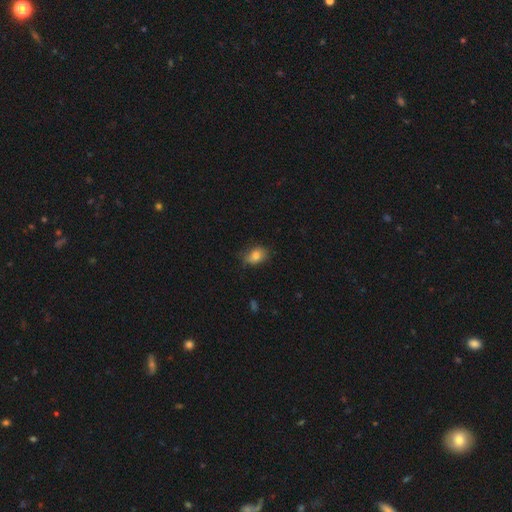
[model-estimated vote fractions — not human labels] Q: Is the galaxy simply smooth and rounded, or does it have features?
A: smooth — 82%.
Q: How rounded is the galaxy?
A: in between — 73%.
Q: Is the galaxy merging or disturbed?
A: none — 66%.